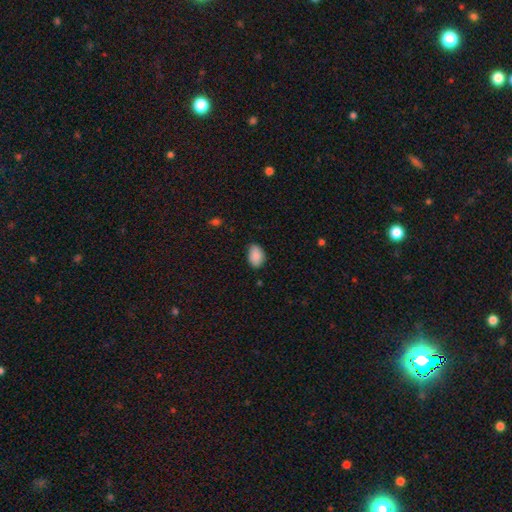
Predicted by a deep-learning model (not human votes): This is clearly a smooth galaxy (88%). How rounded: clearly in between (86%). Merging: likely none (79%).